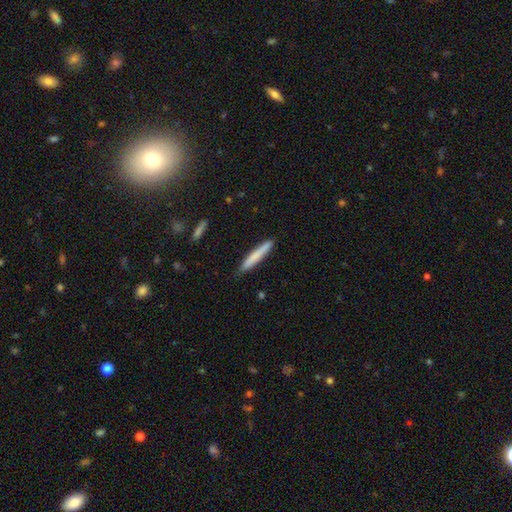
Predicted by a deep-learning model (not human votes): A smooth galaxy with no disk features (73%) that is cigar-shaped (95%). Merging: none (86%).